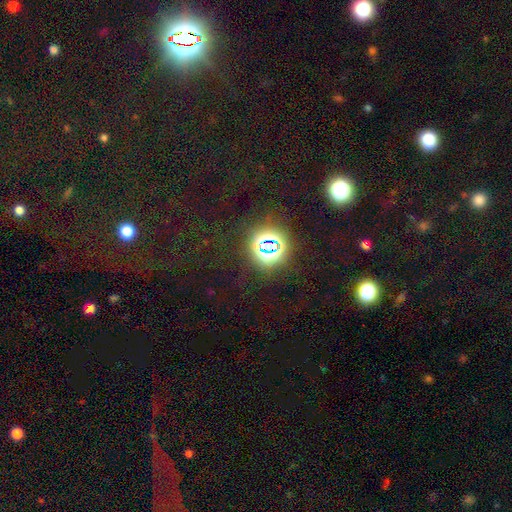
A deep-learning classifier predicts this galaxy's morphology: Smooth or featured?
  - star or artifact: 68% *
  - smooth: 24%
  - featured or disk: 8%